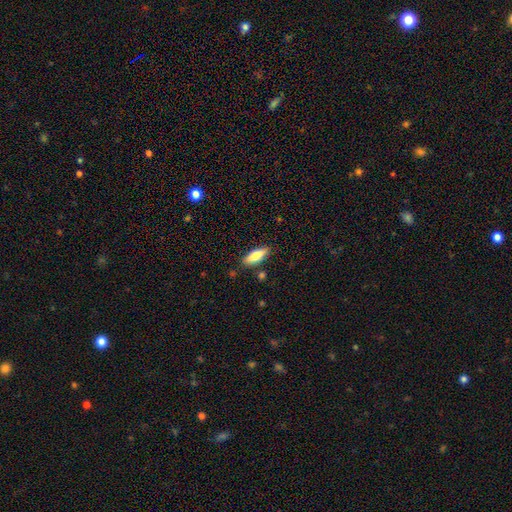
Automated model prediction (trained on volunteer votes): The model was most divided on "how rounded": in between: 64%, cigar-shaped: 34%, round: 2%. More confident: merging — none (82%); smooth or featured — smooth (82%).